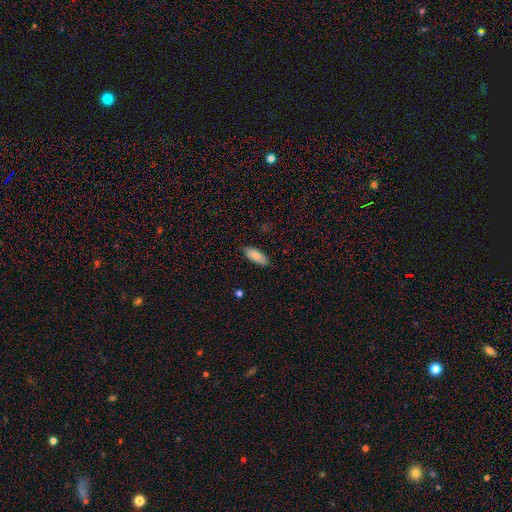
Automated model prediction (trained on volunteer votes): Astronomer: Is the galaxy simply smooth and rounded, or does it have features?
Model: smooth — 81%.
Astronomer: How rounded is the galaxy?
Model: in between — 82%.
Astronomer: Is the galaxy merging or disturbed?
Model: none — 84%.